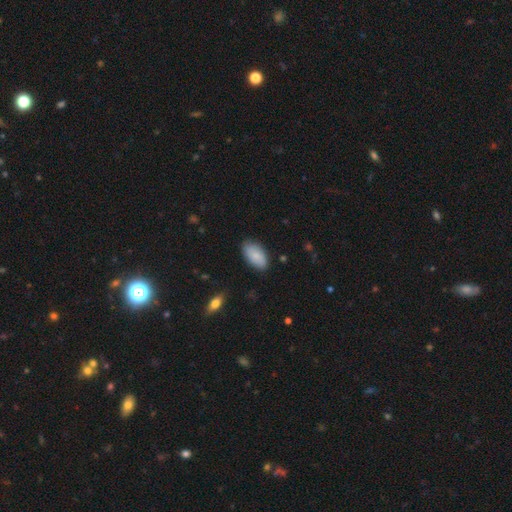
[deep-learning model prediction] Morphology: type=smooth (81%); roundness=in between (95%); merging=none (82%).